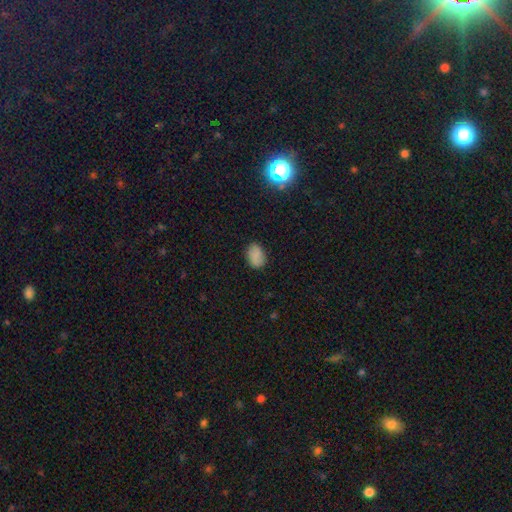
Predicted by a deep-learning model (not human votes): Q: Smooth or featured?
A: smooth (83%); runner-up: star or artifact (11%)
Q: How rounded?
A: in between (80%); runner-up: round (19%)
Q: Merging?
A: none (84%); runner-up: minor disturbance (13%)